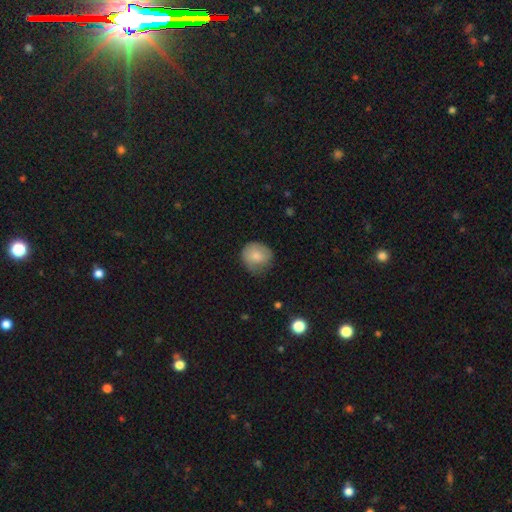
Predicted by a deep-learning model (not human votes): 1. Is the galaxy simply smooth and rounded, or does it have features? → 78% smooth, 14% featured or disk, 7% star or artifact.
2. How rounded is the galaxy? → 83% round, 16% in between, 1% cigar-shaped.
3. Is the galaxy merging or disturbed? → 57% none, 33% minor disturbance, 9% major disturbance, 1% merger.